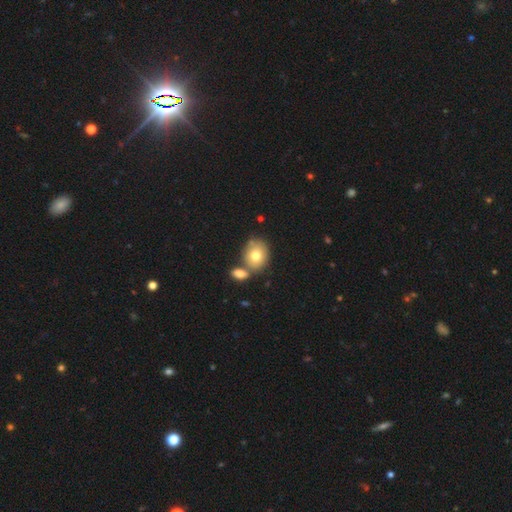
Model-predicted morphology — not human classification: A smooth galaxy with no disk features (75%) that is round (53%).

Vote fractions:
- Smooth or featured? smooth: 75% / featured or disk: 16% / star or artifact: 9%
- How rounded? round: 53% / in between: 46% / cigar-shaped: 1%
- Merging? none: 55% / merger: 31% / minor disturbance: 11% / major disturbance: 3%